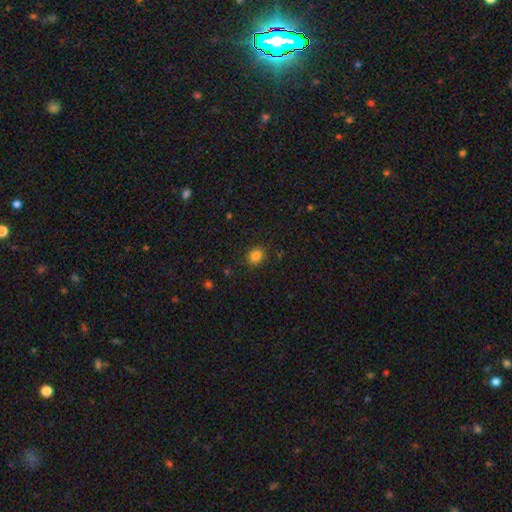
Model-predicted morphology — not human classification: A smooth galaxy with no disk features (83%) that is round (73%).

Vote fractions:
- Smooth or featured? smooth: 83% / star or artifact: 12% / featured or disk: 5%
- How rounded? round: 73% / in between: 26% / cigar-shaped: 1%
- Merging? none: 88% / minor disturbance: 8% / major disturbance: 2% / merger: 1%